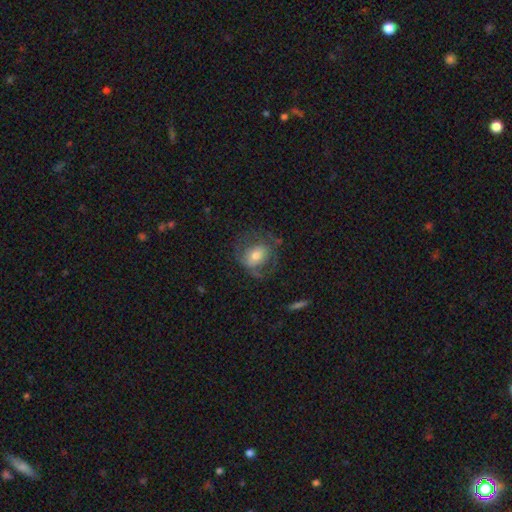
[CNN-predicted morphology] Overall: smooth (49%; featured or disk 43%). Merging: none (52%; major disturbance 24%).